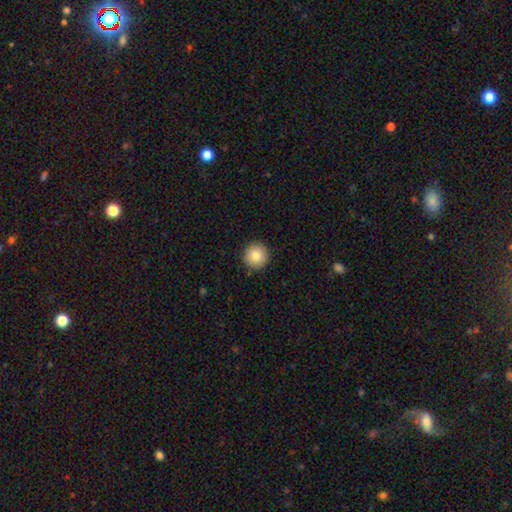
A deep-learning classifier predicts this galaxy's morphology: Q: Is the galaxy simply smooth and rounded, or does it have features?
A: smooth — 83%.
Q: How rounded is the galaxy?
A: round — 96%.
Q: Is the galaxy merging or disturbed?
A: none — 92%.